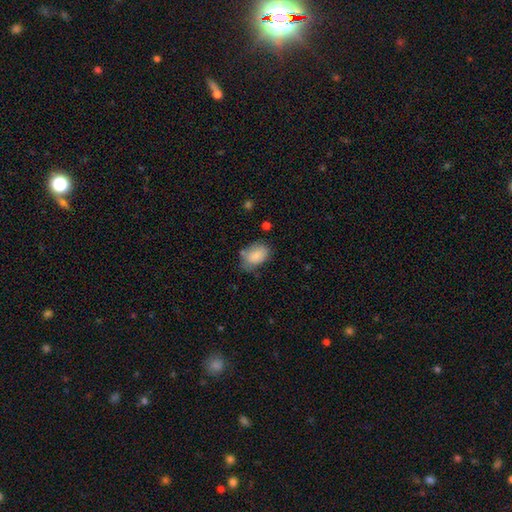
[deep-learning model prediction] This appears to be a smooth galaxy with no disk features (84%) that is in between round and cigar-shaped (81%). Merging: none (54%).